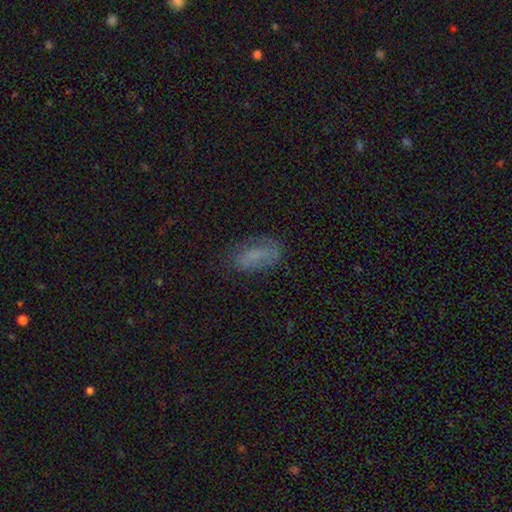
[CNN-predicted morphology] Smooth or featured?
  - smooth: 63% *
  - featured or disk: 25%
  - star or artifact: 12%
How rounded?
  - in between: 83% *
  - cigar-shaped: 13%
  - round: 4%
Merging?
  - none: 66% *
  - minor disturbance: 22%
  - major disturbance: 10%
  - merger: 2%